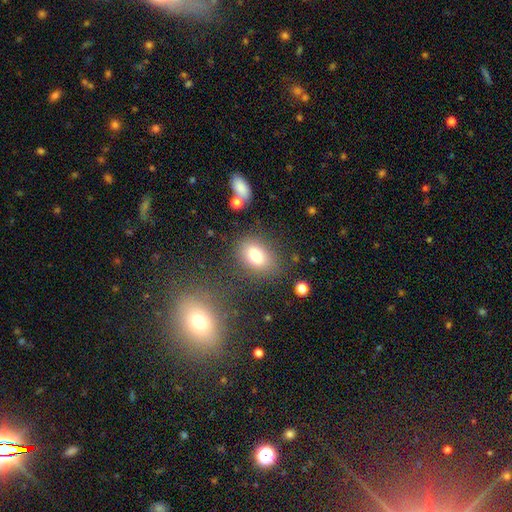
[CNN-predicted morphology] A smooth galaxy with no disk features (79%) that is in between round and cigar-shaped (76%). Merging: none (77%).